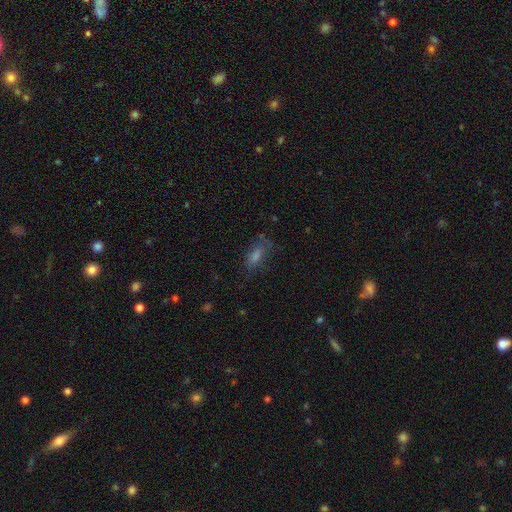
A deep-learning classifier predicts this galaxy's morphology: Overall: smooth (51%; featured or disk 25%). How rounded: in between (74%). Merging: none (64%).